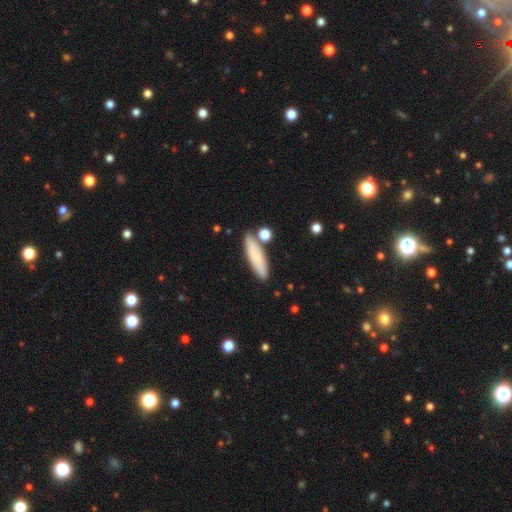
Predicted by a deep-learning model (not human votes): Smooth or featured? smooth (76%)
How rounded? cigar-shaped (64%)
Merging? none (77%)